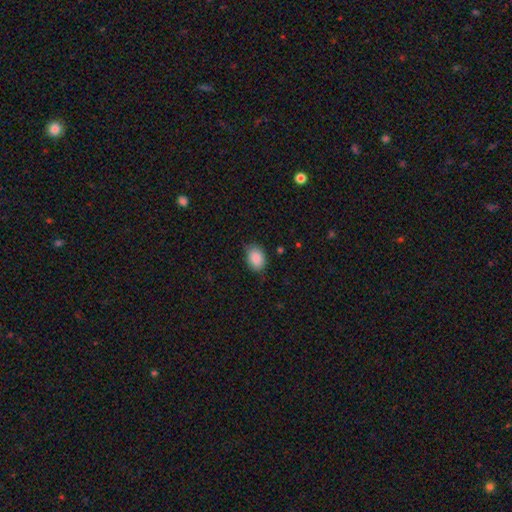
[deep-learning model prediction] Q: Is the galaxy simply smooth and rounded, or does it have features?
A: smooth — 89%.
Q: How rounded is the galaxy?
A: in between — 80%.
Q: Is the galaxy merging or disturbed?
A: none — 78%.